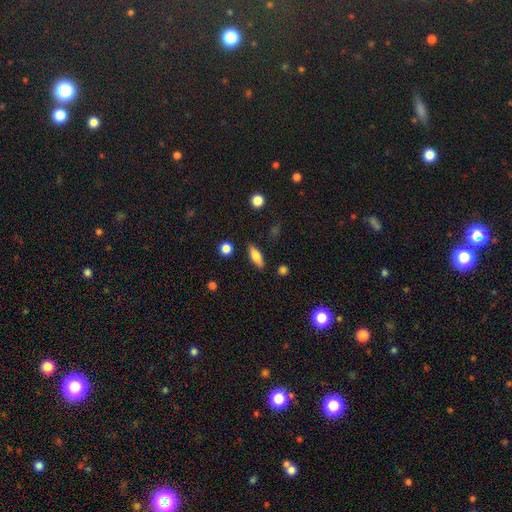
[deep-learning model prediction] Smooth or featured? Predicted: smooth (p=0.70). How rounded? Predicted: in between (p=0.60). Merging? Predicted: none (p=0.85).